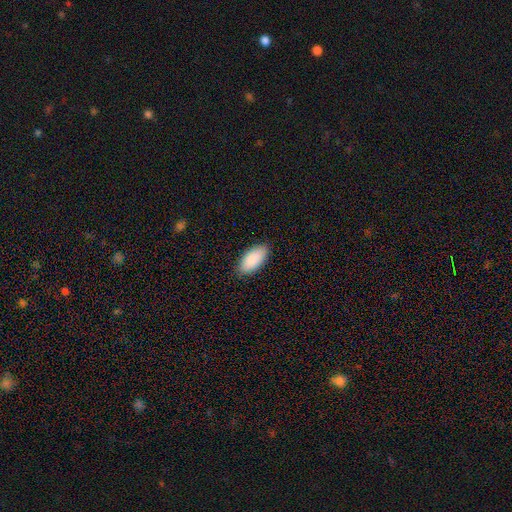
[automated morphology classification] Smooth or featured?
  - smooth: 90% *
  - star or artifact: 6%
  - featured or disk: 4%
How rounded?
  - in between: 92% *
  - cigar-shaped: 6%
  - round: 2%
Merging?
  - none: 87% *
  - minor disturbance: 10%
  - major disturbance: 2%
  - merger: 1%